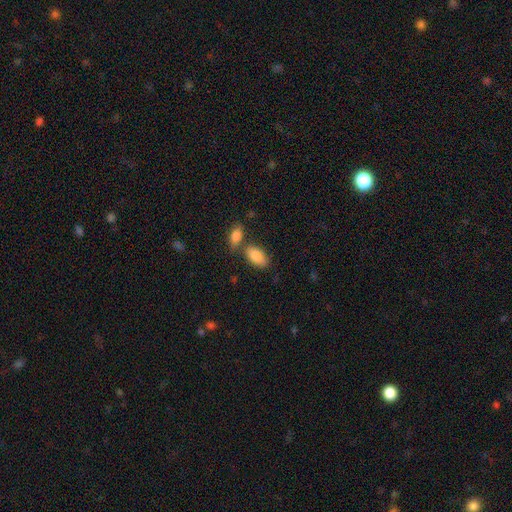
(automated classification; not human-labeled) This appears to be a smooth galaxy with no disk features (87%) that is in between round and cigar-shaped (93%). Merging: none (58%).